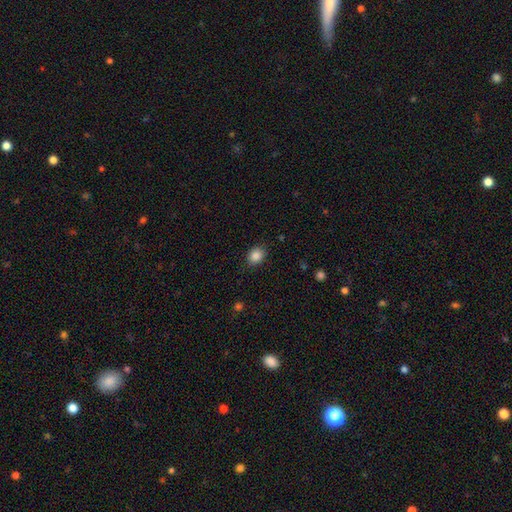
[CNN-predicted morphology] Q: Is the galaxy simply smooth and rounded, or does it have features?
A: smooth — 87%.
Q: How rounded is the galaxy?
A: in between — 51%.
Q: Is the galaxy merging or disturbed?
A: none — 85%.